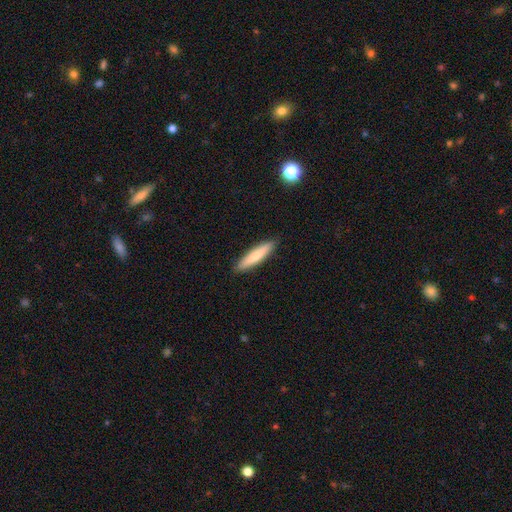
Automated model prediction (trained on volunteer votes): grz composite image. It shows a smooth galaxy with no disk features (72%) that is cigar-shaped (84%). Merging: none (90%).